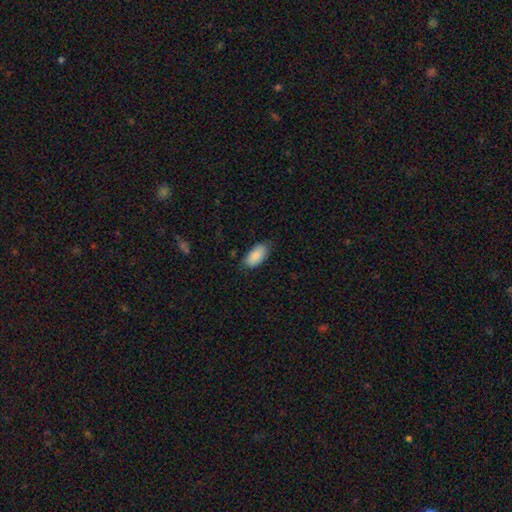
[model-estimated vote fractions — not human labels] Smooth or featured? smooth (88%)
How rounded? in between (93%)
Merging? none (78%)